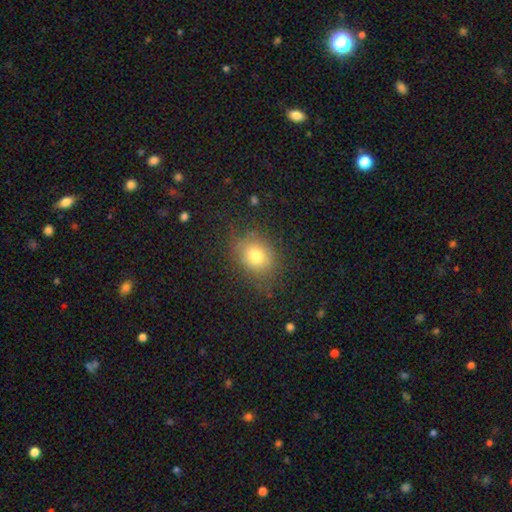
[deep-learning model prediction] smooth 76%, star or artifact 13%, featured or disk 12%. Down the decision tree: how rounded — round (59%); merging — none (75%).